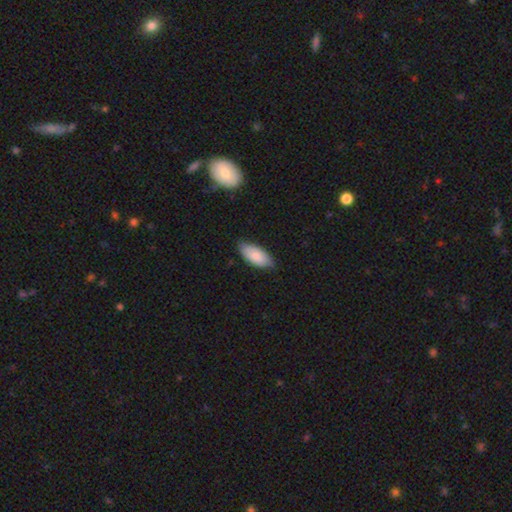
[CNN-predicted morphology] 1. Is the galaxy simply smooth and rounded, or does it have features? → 85% smooth, 10% featured or disk, 6% star or artifact.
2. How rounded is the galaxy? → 89% in between, 9% cigar-shaped, 2% round.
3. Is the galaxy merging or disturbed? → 78% none, 18% minor disturbance, 2% major disturbance, 1% merger.